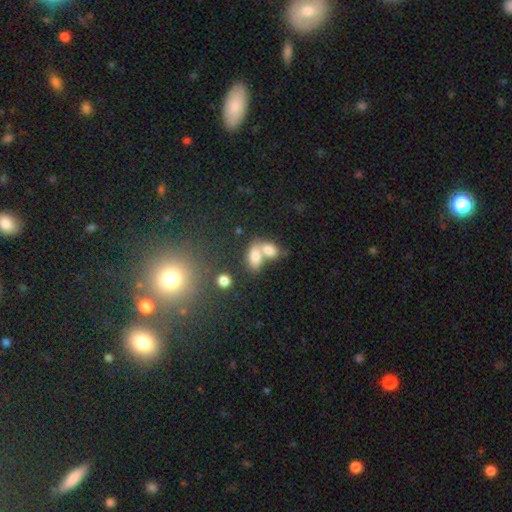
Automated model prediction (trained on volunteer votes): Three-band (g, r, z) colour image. It shows a smooth galaxy with no disk features (75%) that is in between round and cigar-shaped (85%). Merging: merger (65%).